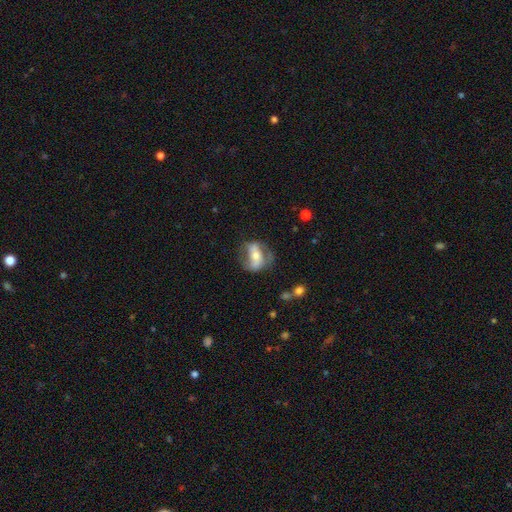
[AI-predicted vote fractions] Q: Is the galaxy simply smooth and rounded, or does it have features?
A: featured or disk — 60%.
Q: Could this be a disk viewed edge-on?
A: no — 91%.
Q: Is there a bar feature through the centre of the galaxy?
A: strong — 48%.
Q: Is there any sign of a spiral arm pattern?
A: yes — 61%.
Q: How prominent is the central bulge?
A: moderate — 55%.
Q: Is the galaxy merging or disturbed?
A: none — 57%.